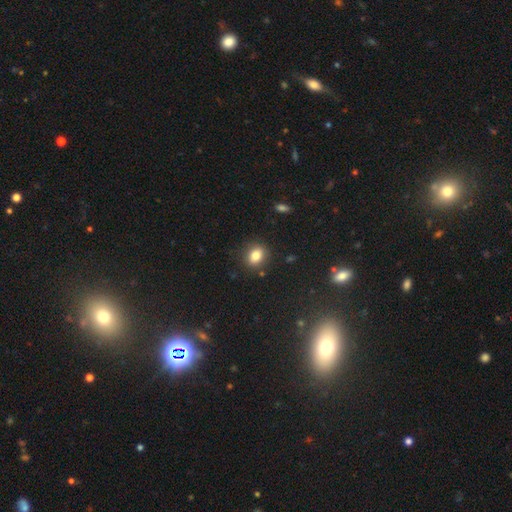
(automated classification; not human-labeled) Overall: smooth (82%). How rounded: in between (51%; round 48%). Merging: none (86%).